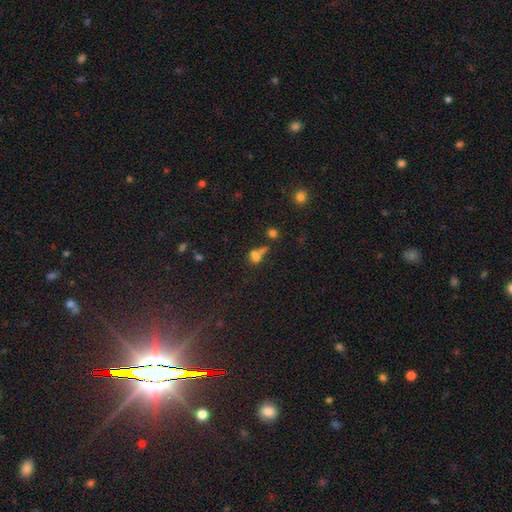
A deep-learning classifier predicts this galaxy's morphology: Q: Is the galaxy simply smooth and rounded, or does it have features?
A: smooth — 67%.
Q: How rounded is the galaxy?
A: in between — 54%.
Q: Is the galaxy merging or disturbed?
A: merger — 46%.